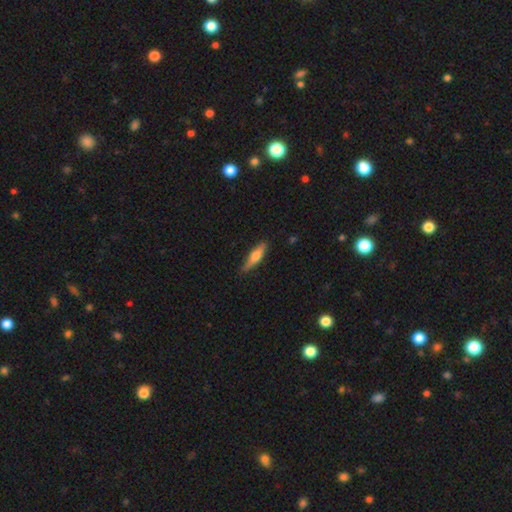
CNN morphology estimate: Overall: smooth (58%; featured or disk 36%). How rounded: cigar-shaped (71%). Merging: none (81%).